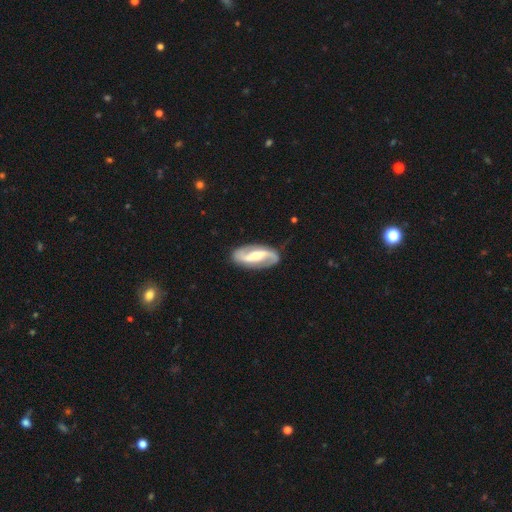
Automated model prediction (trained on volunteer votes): Smooth or featured? featured or disk (86%)
Edge-on disk? no (95%)
Bar? strong (47%)
Spiral arms? yes (95%)
Spiral winding? loose (46%)
Spiral arm count? 2 (93%)
Bulge size? moderate (53%)
Merging? none (85%)